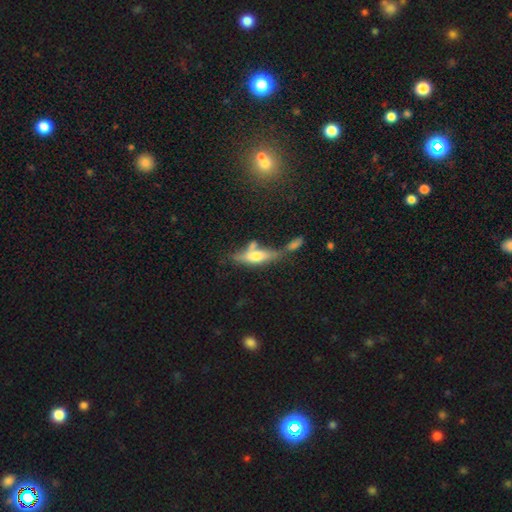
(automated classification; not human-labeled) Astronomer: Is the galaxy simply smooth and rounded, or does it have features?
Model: smooth — 47% (runner-up: featured or disk, 44%).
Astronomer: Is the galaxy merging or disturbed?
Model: none — 43% (runner-up: merger, 30%).